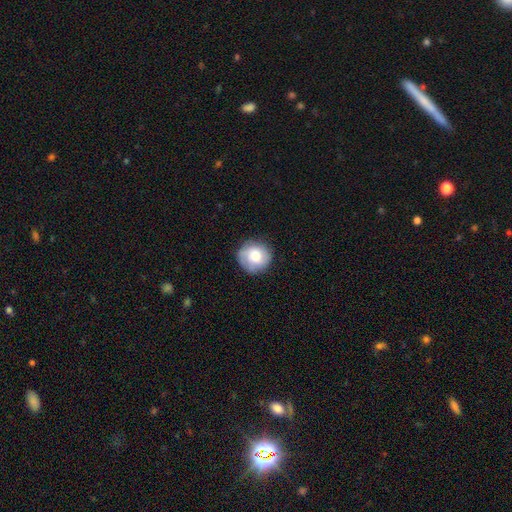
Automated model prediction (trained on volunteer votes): This is likely a smooth galaxy (70%). How rounded: clearly round (92%). Merging: clearly none (81%).